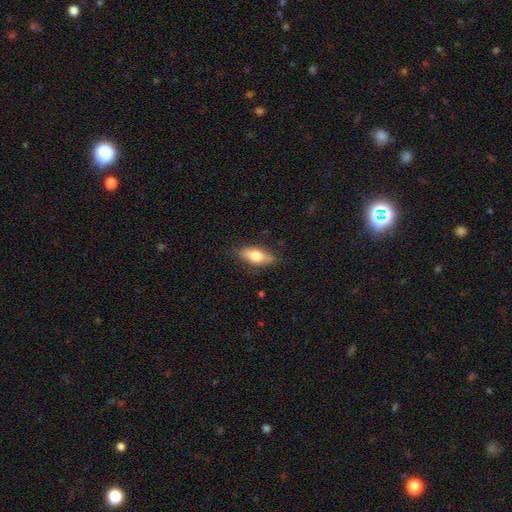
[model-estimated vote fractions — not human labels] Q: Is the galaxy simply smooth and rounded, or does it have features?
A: smooth — 66%.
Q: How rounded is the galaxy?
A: in between — 75%.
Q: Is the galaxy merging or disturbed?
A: none — 81%.